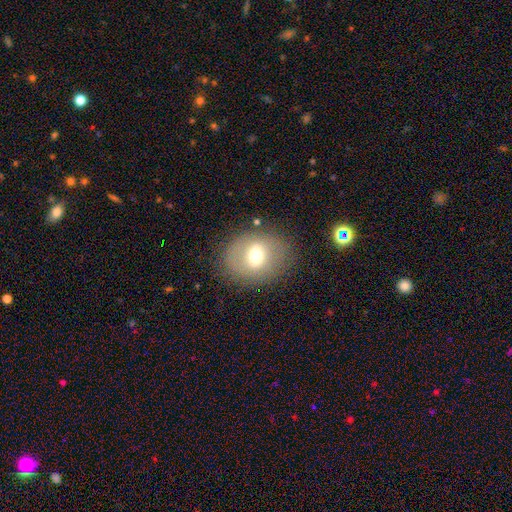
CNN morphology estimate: This appears to be a smooth galaxy with no disk features (55%) that is round (61%). Merging: none (79%).